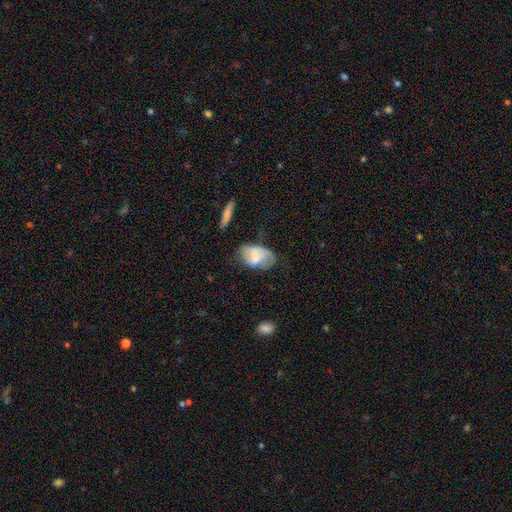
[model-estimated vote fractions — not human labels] This appears to be a smooth galaxy with no disk features (50%). Merging: none (44%).